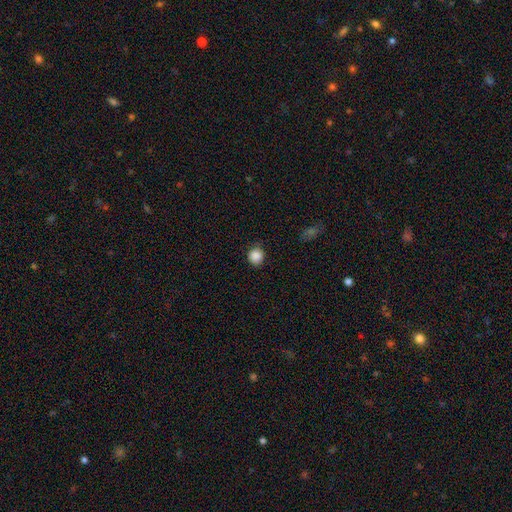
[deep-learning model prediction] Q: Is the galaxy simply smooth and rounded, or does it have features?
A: smooth — 87%.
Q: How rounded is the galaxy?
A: round — 89%.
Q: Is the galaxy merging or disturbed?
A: none — 83%.